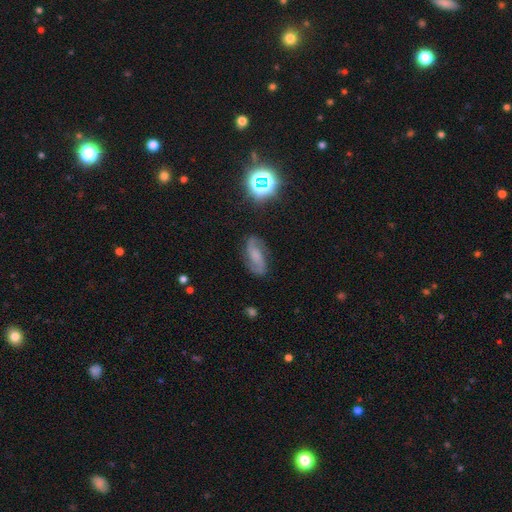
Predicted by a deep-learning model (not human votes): featured or disk 67%, smooth 21%, star or artifact 12%. Down the decision tree: edge-on disk — no (95%); bar — no (45%); spiral arms — yes (94%); spiral arm count — 2 (87%); spiral winding — medium (46%); bulge size — small (34%); merging — none (77%).